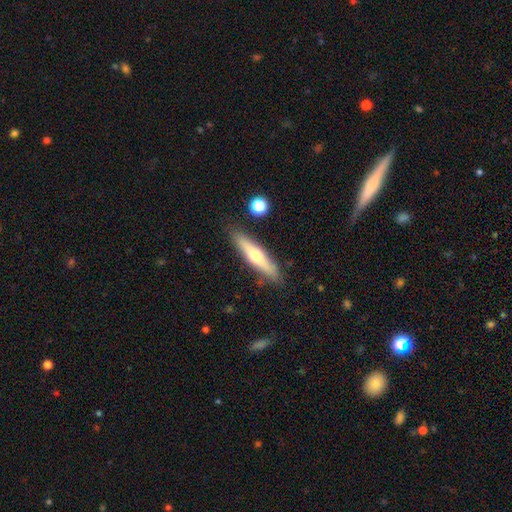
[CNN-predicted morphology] Smooth or featured?
  - featured or disk: 49% *
  - smooth: 45%
  - star or artifact: 6%
Merging?
  - none: 85% *
  - minor disturbance: 10%
  - merger: 2%
  - major disturbance: 2%